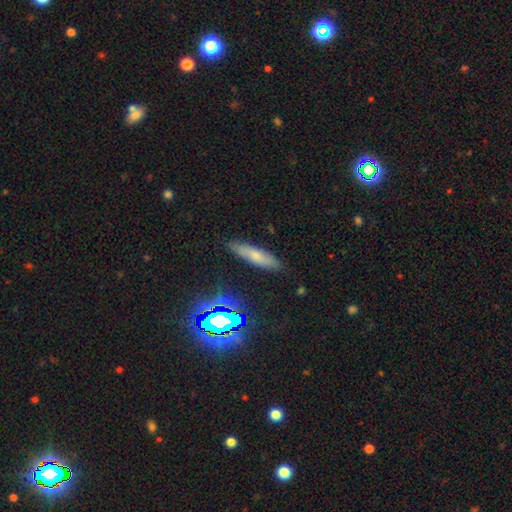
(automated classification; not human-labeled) This appears to be a smooth galaxy with no disk features (61%) that is cigar-shaped (70%). Merging: none (85%).